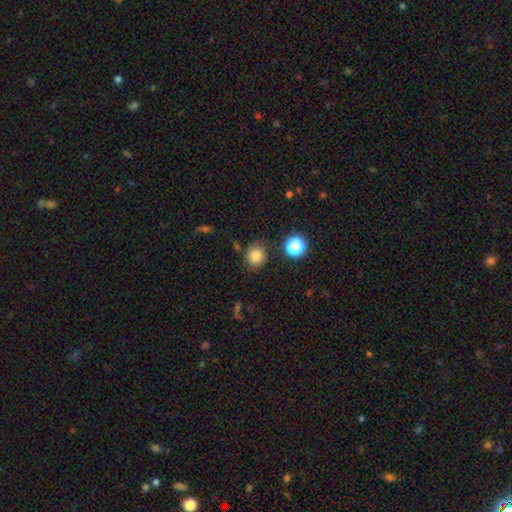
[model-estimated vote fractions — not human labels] smooth_or_featured: smooth (p=0.80) [alt: star or artifact p=0.13]
how_rounded: round (p=0.83) [alt: in between p=0.16]
merging: none (p=0.78) [alt: minor disturbance p=0.14]